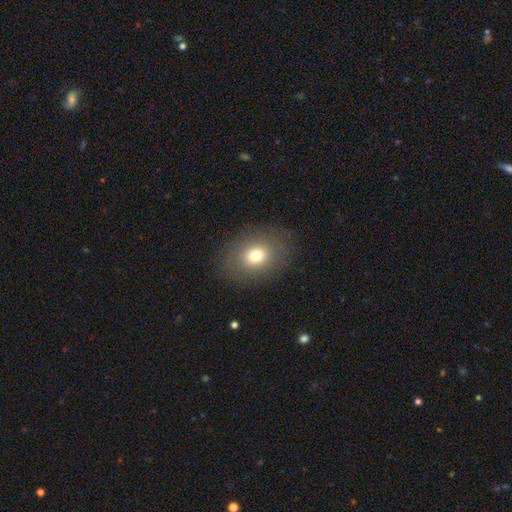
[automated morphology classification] This appears to be a smooth galaxy with no disk features (75%) that is in between round and cigar-shaped (59%). Merging: none (85%).